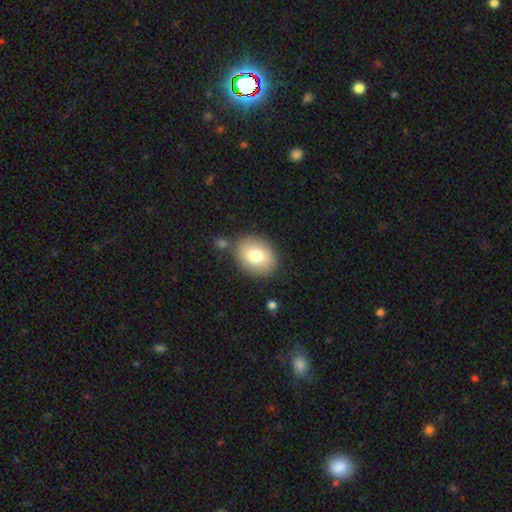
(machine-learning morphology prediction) Smooth or featured?
  - smooth: 77% *
  - featured or disk: 15%
  - star or artifact: 8%
How rounded?
  - in between: 56% *
  - round: 43%
  - cigar-shaped: 1%
Merging?
  - none: 78% *
  - minor disturbance: 11%
  - merger: 7%
  - major disturbance: 3%